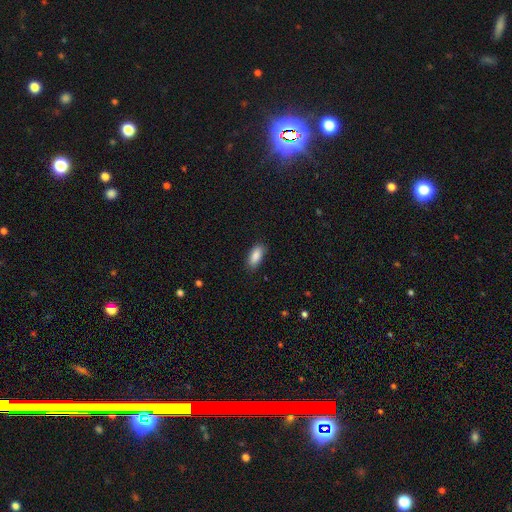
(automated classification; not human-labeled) Smooth or featured: smooth — 88% (star or artifact — 7%)
How rounded: in between — 84% (cigar-shaped — 14%)
Merging: none — 86% (minor disturbance — 11%)